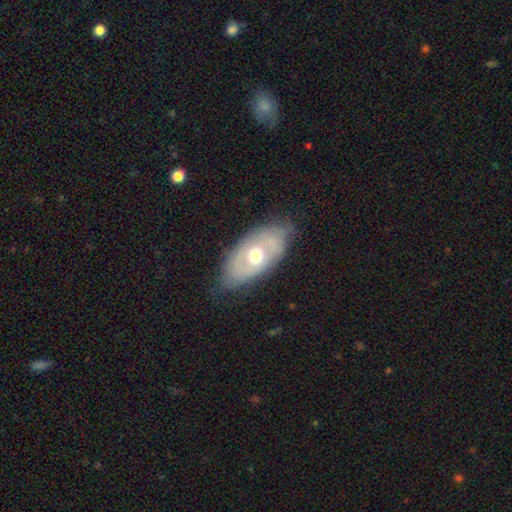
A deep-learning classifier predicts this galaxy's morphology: This is possibly a featured or disk galaxy (52%). It is clearly not viewed edge-on (85%). Merging: likely none (73%).